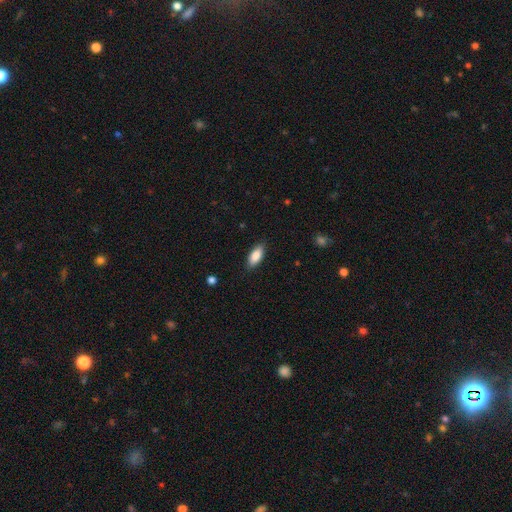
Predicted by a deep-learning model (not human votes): Overall: smooth (86%). How rounded: in between (85%). Merging: none (86%).